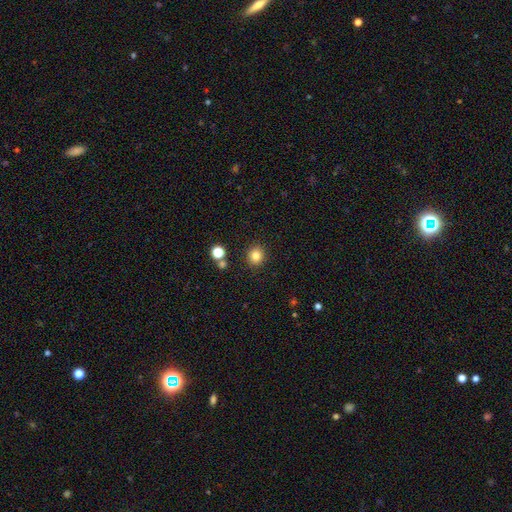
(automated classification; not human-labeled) Smooth or featured?
  - smooth: 82% *
  - star or artifact: 12%
  - featured or disk: 6%
How rounded?
  - round: 88% *
  - in between: 11%
  - cigar-shaped: 1%
Merging?
  - none: 89% *
  - minor disturbance: 6%
  - merger: 3%
  - major disturbance: 2%